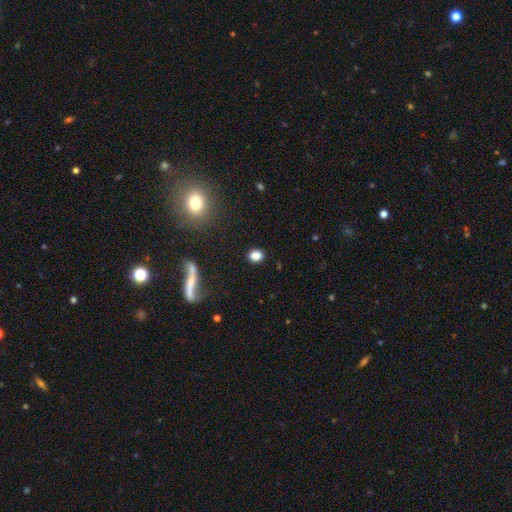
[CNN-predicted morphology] Smooth or featured? smooth (83%)
How rounded? round (57%)
Merging? none (87%)